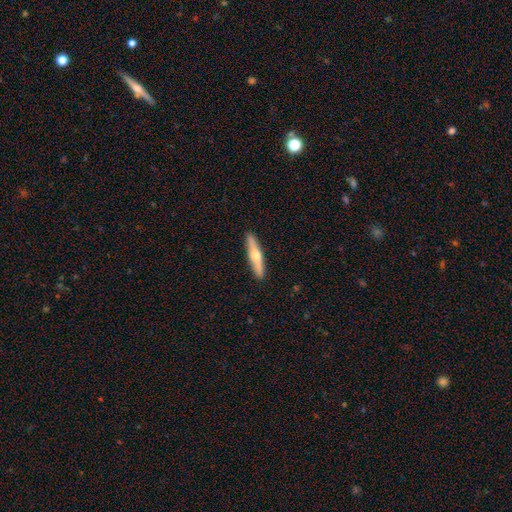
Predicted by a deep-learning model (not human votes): Smooth or featured? featured or disk (49%)
Merging? none (91%)